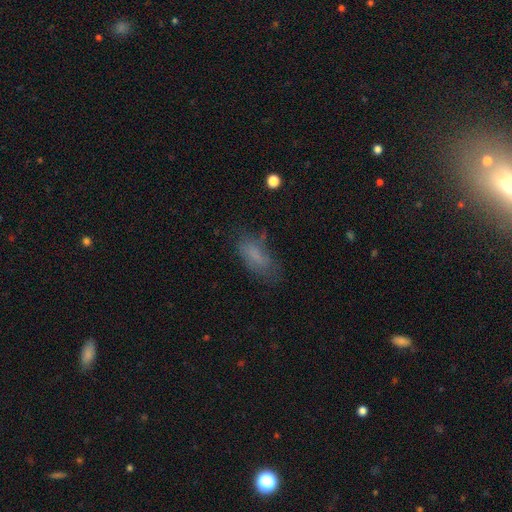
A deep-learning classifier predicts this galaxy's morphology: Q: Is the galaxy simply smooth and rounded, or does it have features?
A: smooth — 71%.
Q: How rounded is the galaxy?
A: in between — 82%.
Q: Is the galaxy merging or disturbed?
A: none — 58%.